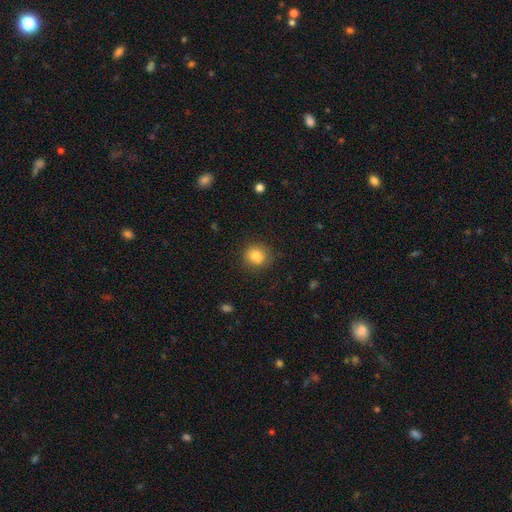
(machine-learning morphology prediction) A smooth galaxy with no disk features (82%) that is round (84%). Merging: none (80%).